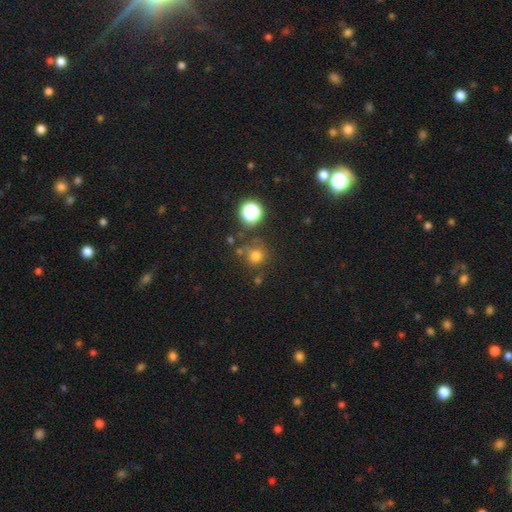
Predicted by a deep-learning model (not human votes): smooth-or-featured: smooth: 70% | star or artifact: 21% | featured or disk: 8%
  how-rounded: round: 87% | in between: 12% | cigar-shaped: 1%
  merging: none: 66% | minor disturbance: 15% | merger: 11% | major disturbance: 8%